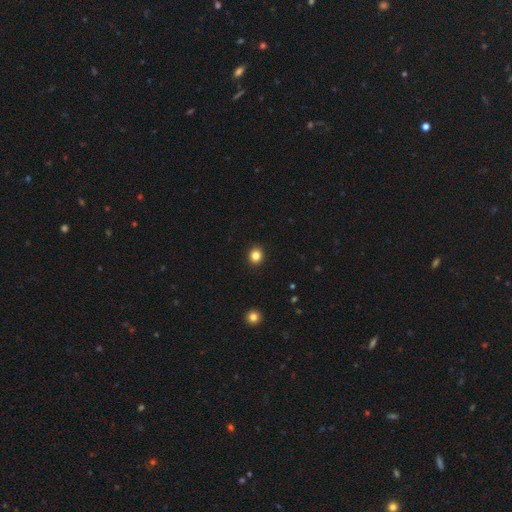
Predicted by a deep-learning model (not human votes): Smooth or featured? smooth (84%)
How rounded? round (84%)
Merging? none (92%)